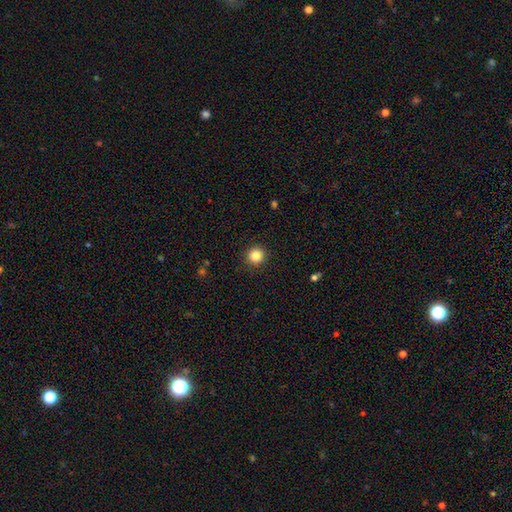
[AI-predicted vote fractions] Q: Smooth or featured?
A: smooth (84%); runner-up: star or artifact (11%)
Q: How rounded?
A: round (95%); runner-up: in between (4%)
Q: Merging?
A: none (92%); runner-up: minor disturbance (5%)